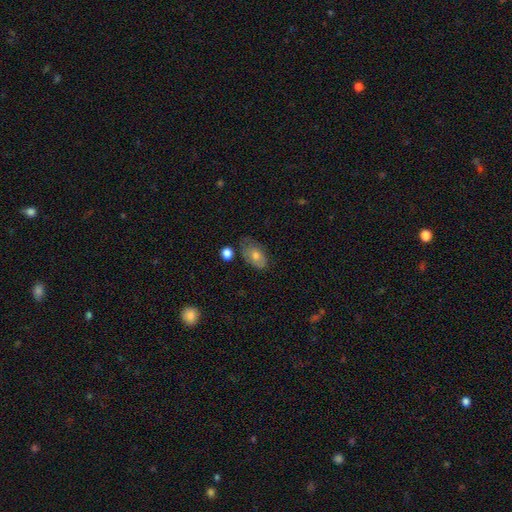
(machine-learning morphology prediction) This appears to be a smooth galaxy with no disk features (63%) that is in between round and cigar-shaped (89%). Merging: none (55%).